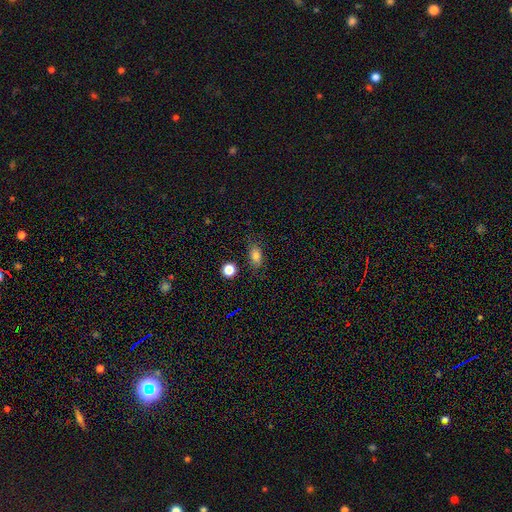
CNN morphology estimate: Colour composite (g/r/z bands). It shows a smooth galaxy with no disk features (79%) that is in between round and cigar-shaped (79%). Merging: none (76%).